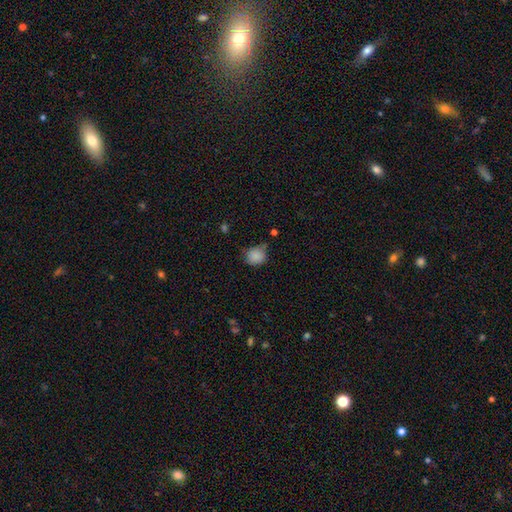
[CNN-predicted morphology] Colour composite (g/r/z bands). It shows a smooth galaxy with no disk features (86%) that is round (77%). Merging: none (67%).